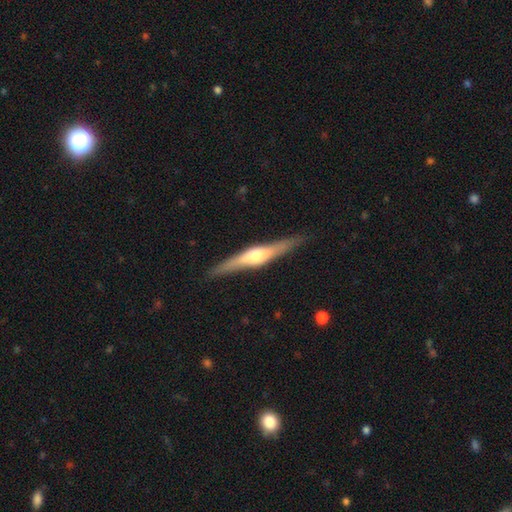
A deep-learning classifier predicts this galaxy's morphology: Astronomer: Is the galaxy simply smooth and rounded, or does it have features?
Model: featured or disk — 71%.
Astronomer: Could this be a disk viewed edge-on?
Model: yes — 97%.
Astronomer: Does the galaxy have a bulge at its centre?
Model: rounded — 88%.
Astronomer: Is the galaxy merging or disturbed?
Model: none — 89%.